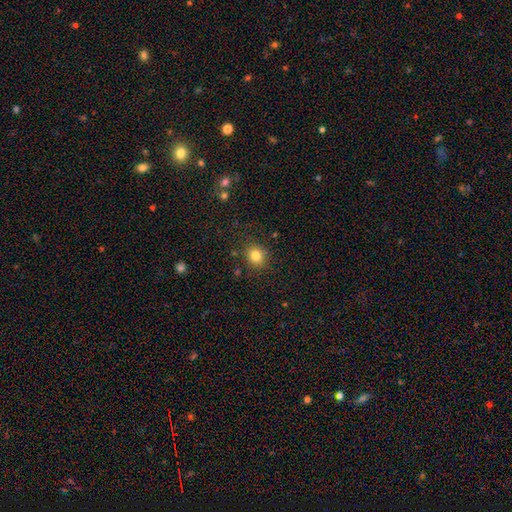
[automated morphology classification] Smooth or featured? Predicted: smooth (p=0.82). How rounded? Predicted: round (p=0.75). Merging? Predicted: none (p=0.85).